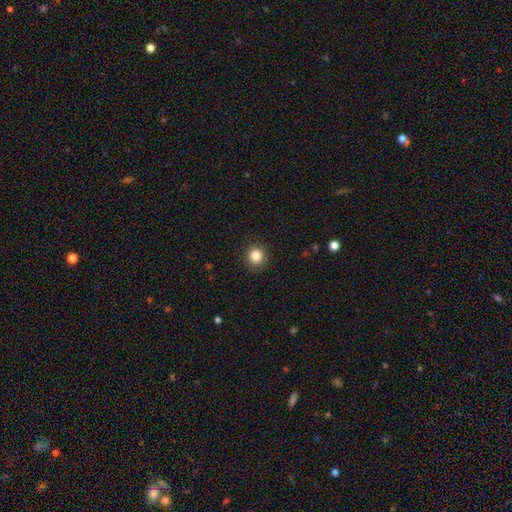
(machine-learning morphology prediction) A smooth galaxy with no disk features (85%) that is round (90%). Merging: none (88%).